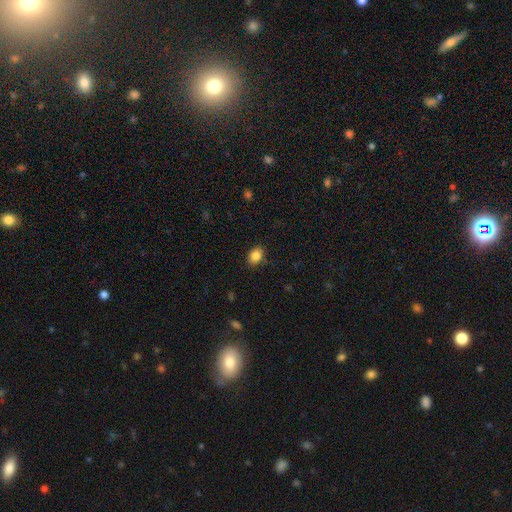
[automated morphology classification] Smooth or featured?
  - smooth: 85% *
  - star or artifact: 9%
  - featured or disk: 6%
How rounded?
  - in between: 71% *
  - round: 28%
  - cigar-shaped: 1%
Merging?
  - none: 86% *
  - minor disturbance: 10%
  - major disturbance: 2%
  - merger: 1%